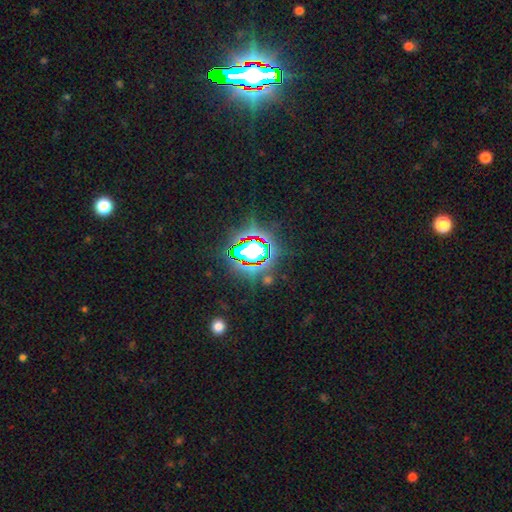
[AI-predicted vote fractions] This is likely a star or artifact rather than a galaxy (72%).